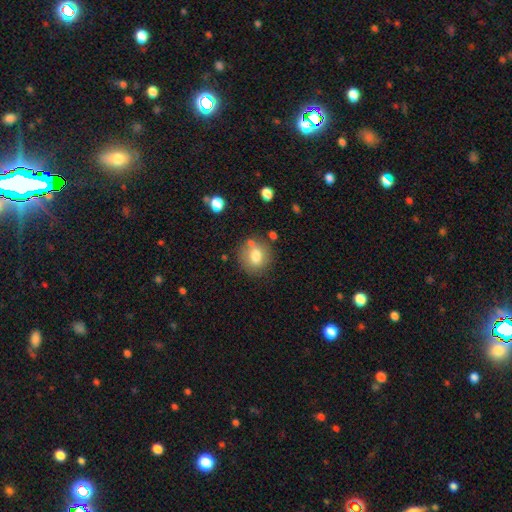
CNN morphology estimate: smooth-or-featured: smooth: 75% | featured or disk: 15% | star or artifact: 10%
  how-rounded: round: 77% | in between: 22% | cigar-shaped: 1%
  merging: none: 72% | minor disturbance: 14% | merger: 10% | major disturbance: 4%